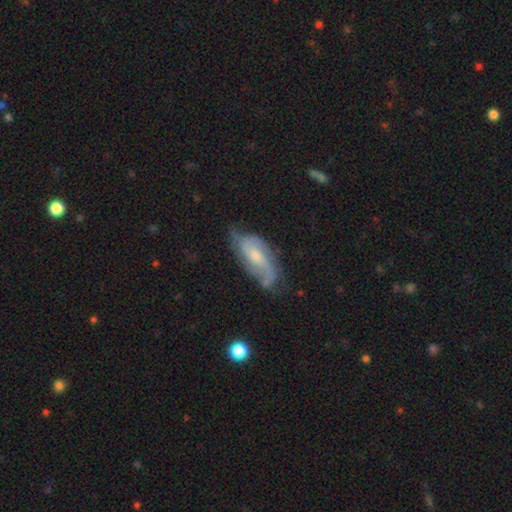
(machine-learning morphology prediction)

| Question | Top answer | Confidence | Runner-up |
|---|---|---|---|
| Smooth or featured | featured or disk | 75% | smooth (19%) |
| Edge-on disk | no | 92% | yes (8%) |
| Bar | no | 51% | weak (41%) |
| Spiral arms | yes | 93% | no (7%) |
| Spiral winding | medium | 45% | loose (30%) |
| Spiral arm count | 2 | 59% | can't tell (19%) |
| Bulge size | moderate | 48% | small (42%) |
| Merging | none | 60% | minor disturbance (27%) |